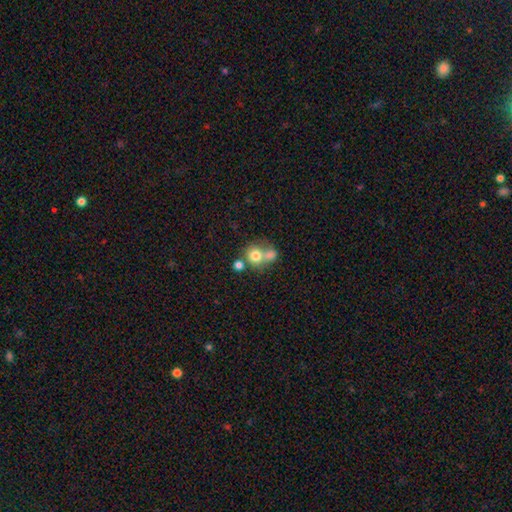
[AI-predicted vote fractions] A smooth galaxy with no disk features (74%) that is round (80%). Merging: merger (54%).